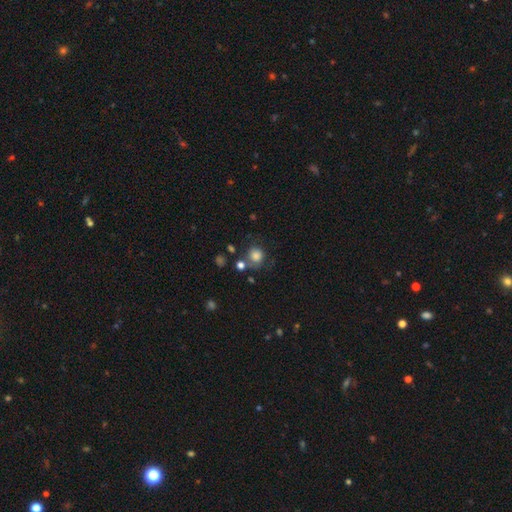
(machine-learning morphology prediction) Smooth or featured?
  - smooth: 81% *
  - star or artifact: 11%
  - featured or disk: 7%
How rounded?
  - round: 85% *
  - in between: 14%
  - cigar-shaped: 1%
Merging?
  - none: 64% *
  - minor disturbance: 17%
  - merger: 11%
  - major disturbance: 8%